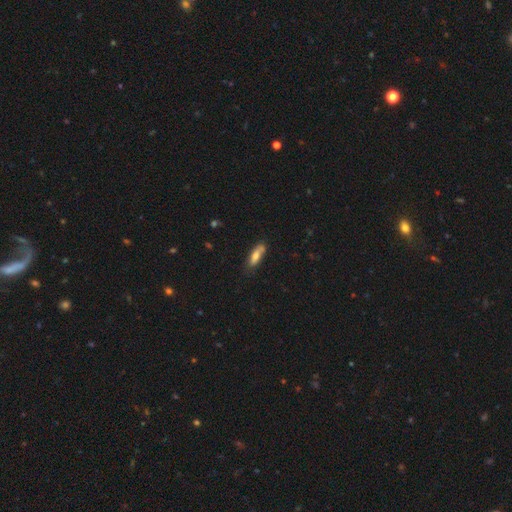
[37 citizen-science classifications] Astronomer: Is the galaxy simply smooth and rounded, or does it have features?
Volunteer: smooth — 68%.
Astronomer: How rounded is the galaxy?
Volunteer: in between — 64%.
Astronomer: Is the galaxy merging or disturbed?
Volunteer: none — 59%.